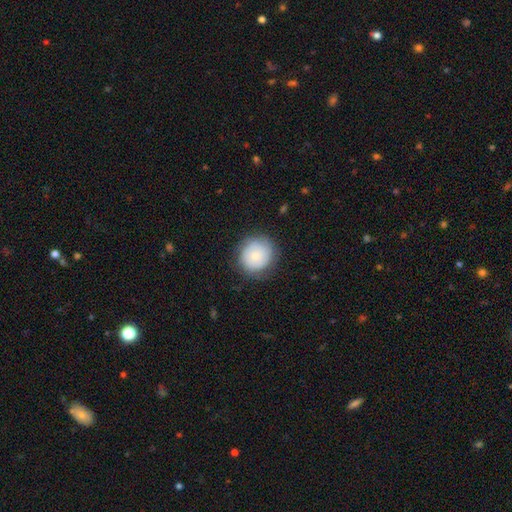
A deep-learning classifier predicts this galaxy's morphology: A smooth galaxy with no disk features (68%) that is round (89%). Merging: none (78%).